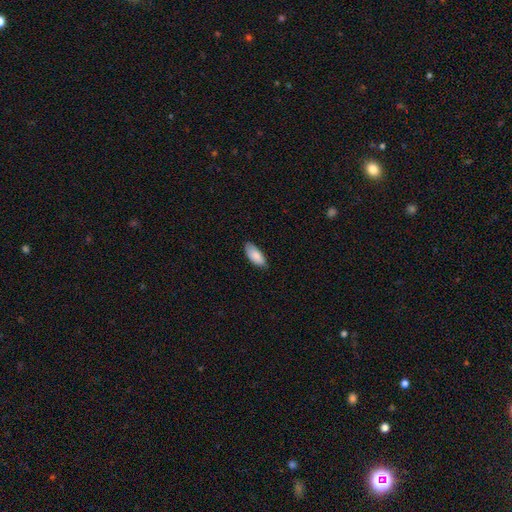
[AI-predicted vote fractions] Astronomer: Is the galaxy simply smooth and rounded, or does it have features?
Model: smooth — 87%.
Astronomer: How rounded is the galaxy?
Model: in between — 88%.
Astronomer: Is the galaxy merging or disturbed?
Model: none — 79%.